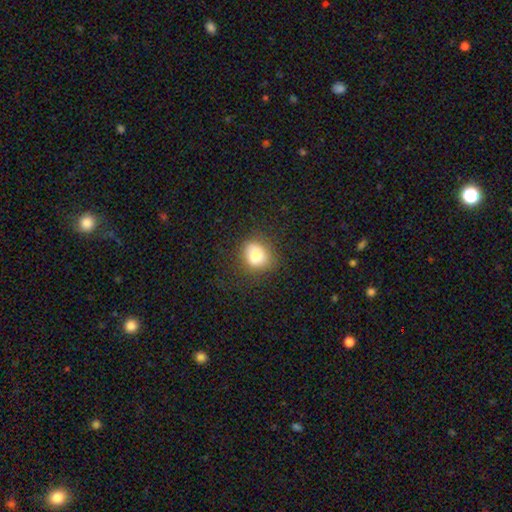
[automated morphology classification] A smooth galaxy with no disk features (81%) that is round (51%). Merging: none (67%).